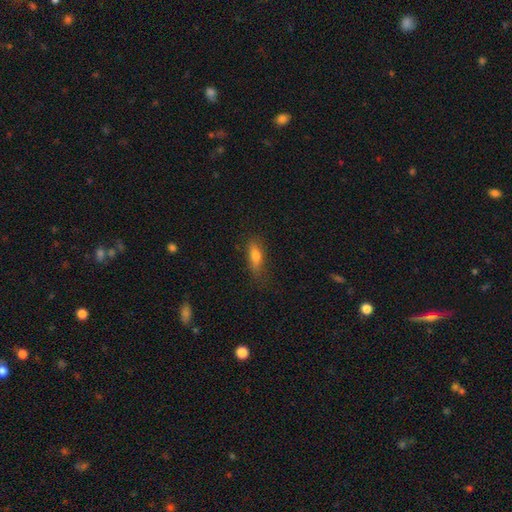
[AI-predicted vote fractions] A smooth galaxy with no disk features (73%) that is in between round and cigar-shaped (61%). Merging: none (69%).